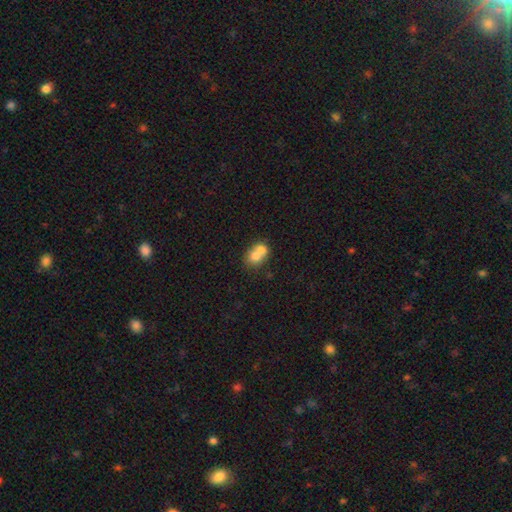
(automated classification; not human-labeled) Smooth or featured? Predicted: smooth (p=0.69). How rounded? Predicted: round (p=0.57). Merging? Predicted: merger (p=0.69).